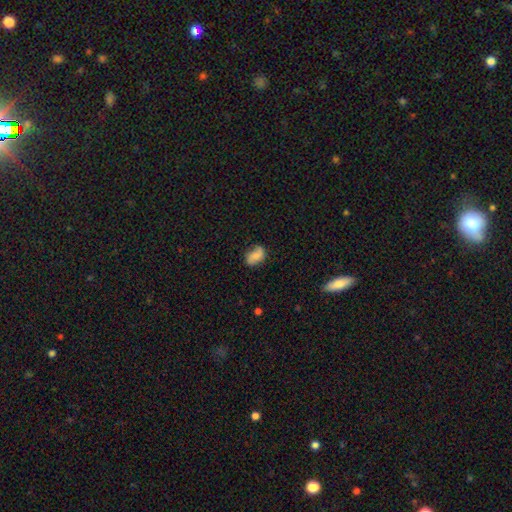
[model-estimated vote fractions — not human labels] Smooth or featured?
  - smooth: 67% *
  - featured or disk: 24%
  - star or artifact: 9%
How rounded?
  - in between: 86% *
  - round: 11%
  - cigar-shaped: 2%
Merging?
  - none: 63% *
  - minor disturbance: 27%
  - major disturbance: 8%
  - merger: 2%